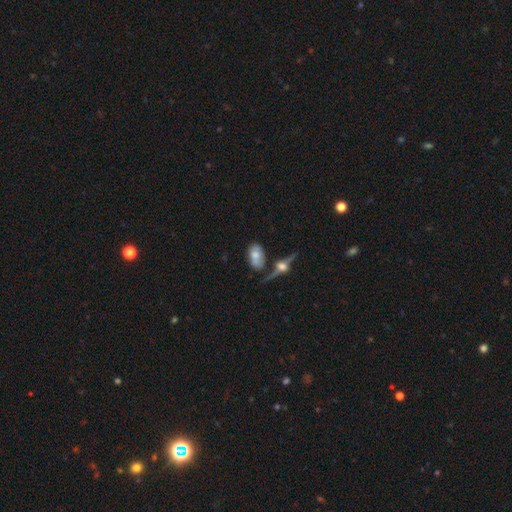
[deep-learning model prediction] smooth-or-featured: smooth: 61% | featured or disk: 32% | star or artifact: 8%
  how-rounded: in between: 91% | round: 7% | cigar-shaped: 3%
  merging: none: 46% | merger: 23% | minor disturbance: 21% | major disturbance: 10%